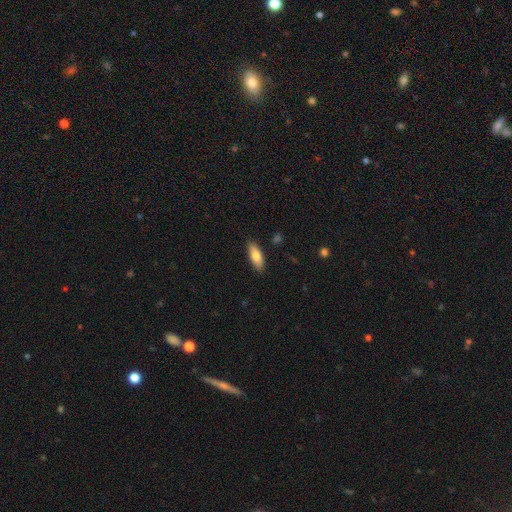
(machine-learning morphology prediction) smooth_or_featured: smooth (p=0.77) [alt: featured or disk p=0.17]
how_rounded: in between (p=0.74) [alt: cigar-shaped p=0.24]
merging: none (p=0.87) [alt: minor disturbance p=0.09]